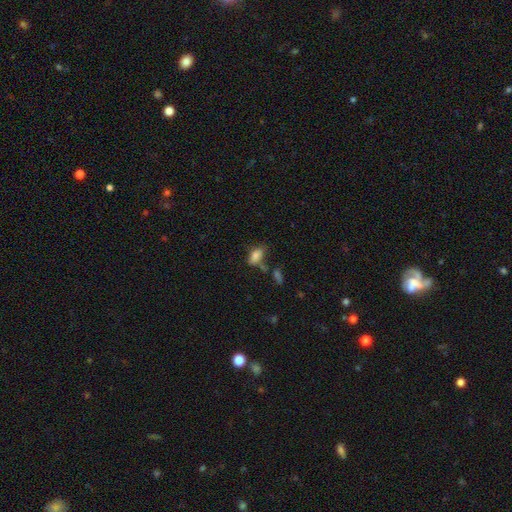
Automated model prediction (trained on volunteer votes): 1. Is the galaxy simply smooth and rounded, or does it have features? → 80% smooth, 10% featured or disk, 10% star or artifact.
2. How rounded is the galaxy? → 88% in between, 7% cigar-shaped, 5% round.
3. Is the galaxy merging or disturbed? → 53% none, 23% minor disturbance, 15% merger, 9% major disturbance.